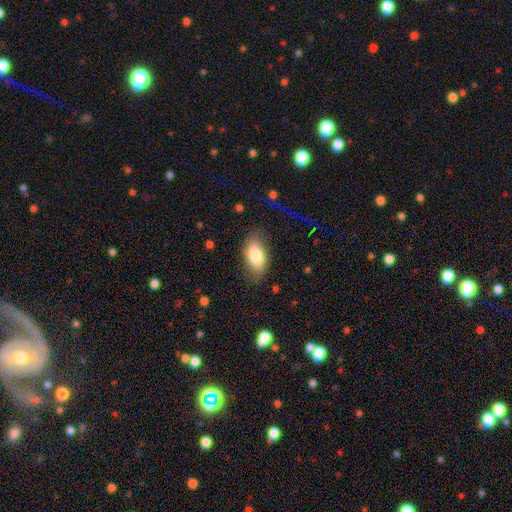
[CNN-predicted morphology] A smooth galaxy with no disk features (77%) that is in between round and cigar-shaped (93%). Merging: none (75%).